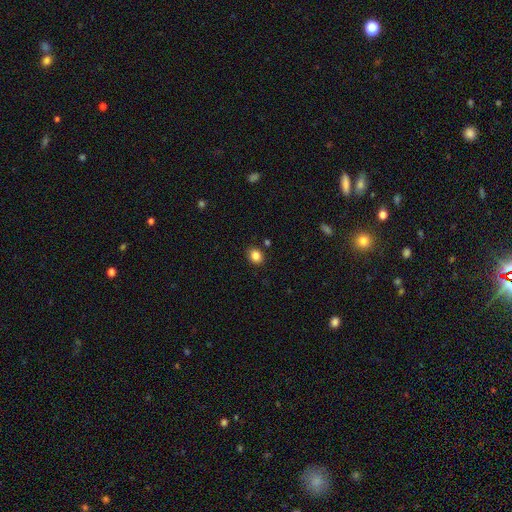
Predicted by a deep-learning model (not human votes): Smooth or featured? smooth (85%)
How rounded? round (59%)
Merging? none (87%)